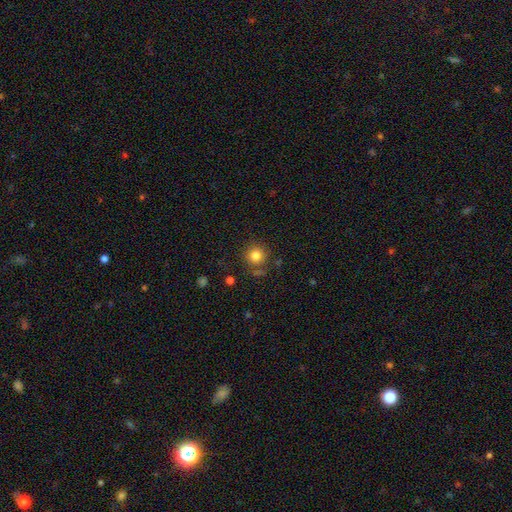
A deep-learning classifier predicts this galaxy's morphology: Overall: smooth (82%). How rounded: round (93%). Merging: none (81%).